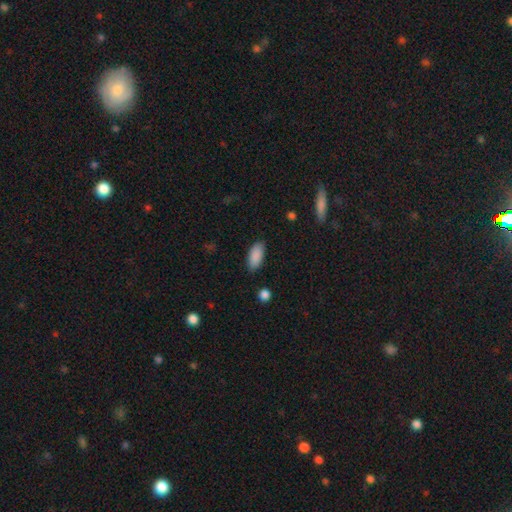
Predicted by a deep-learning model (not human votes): smooth-or-featured: smooth: 90% | star or artifact: 7% | featured or disk: 4%
  how-rounded: in between: 89% | cigar-shaped: 9% | round: 2%
  merging: none: 86% | minor disturbance: 10% | major disturbance: 2% | merger: 1%